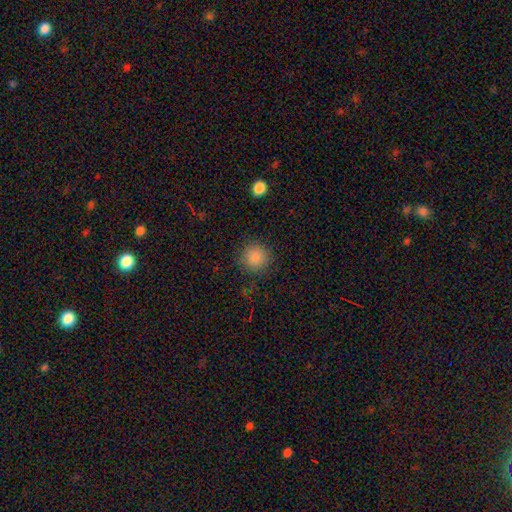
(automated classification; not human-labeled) smooth-or-featured: smooth: 85% | star or artifact: 11% | featured or disk: 4%
  how-rounded: round: 94% | in between: 5% | cigar-shaped: 1%
  merging: none: 90% | minor disturbance: 7% | major disturbance: 3% | merger: 1%